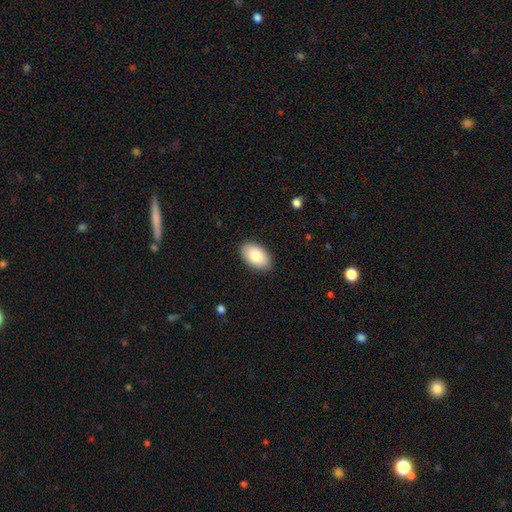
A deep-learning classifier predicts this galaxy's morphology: Smooth or featured? Predicted: smooth (p=0.84). How rounded? Predicted: in between (p=0.94). Merging? Predicted: none (p=0.88).